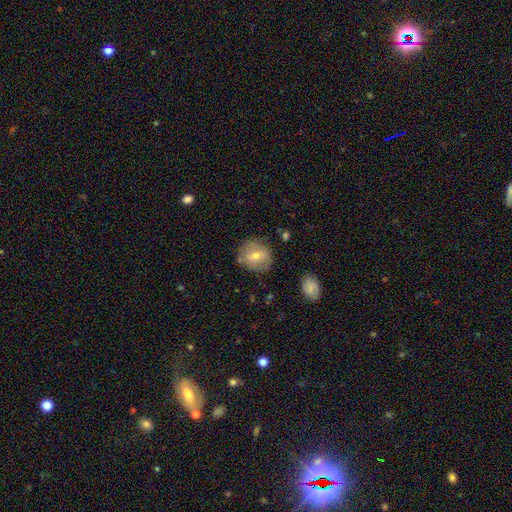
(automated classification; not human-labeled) smooth-or-featured: smooth: 60% | featured or disk: 32% | star or artifact: 8%
  how-rounded: round: 82% | in between: 17% | cigar-shaped: 1%
  merging: none: 77% | minor disturbance: 15% | major disturbance: 5% | merger: 3%